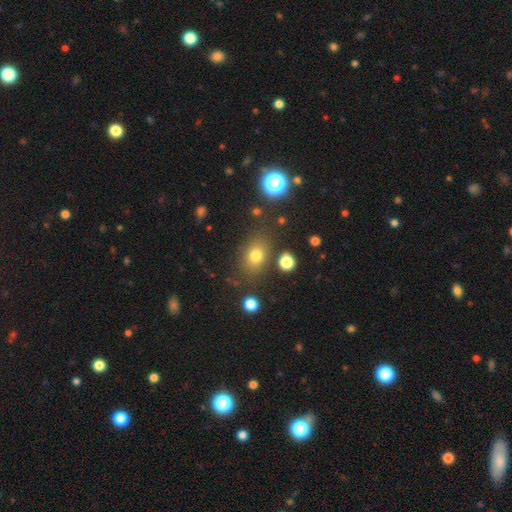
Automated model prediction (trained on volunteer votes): Overall: smooth (75%). How rounded: in between (64%; round 35%). Merging: none (77%).